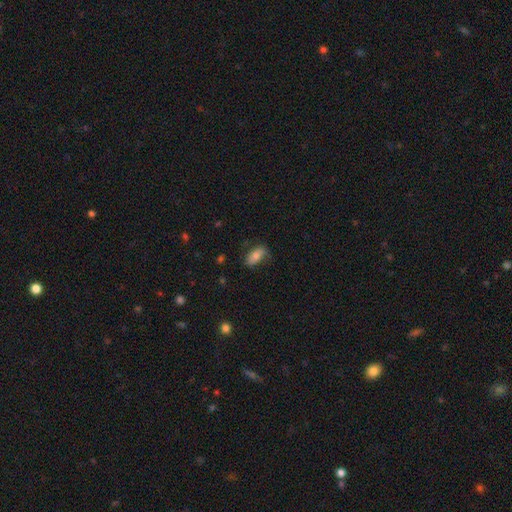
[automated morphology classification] A smooth galaxy with no disk features (73%) that is in between round and cigar-shaped (89%). Merging: none (65%).